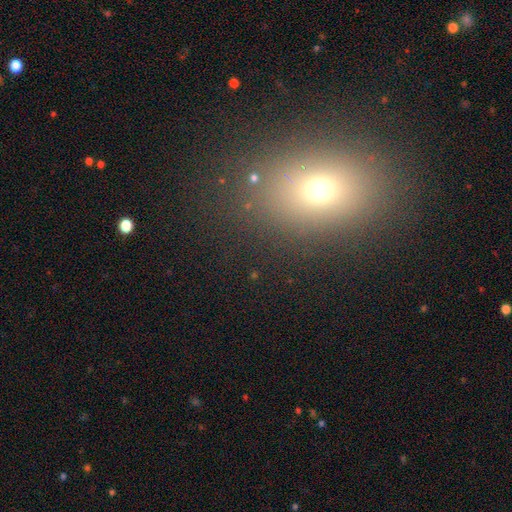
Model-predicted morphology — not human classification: Overall: smooth (64%; star or artifact 25%). How rounded: in between (64%; round 34%). Merging: none (85%).